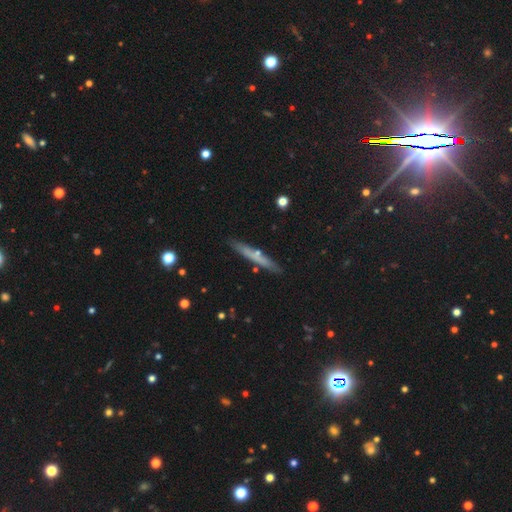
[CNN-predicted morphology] Smooth or featured: smooth — 52% (featured or disk — 41%)
How rounded: cigar-shaped — 94% (in between — 4%)
Merging: none — 84% (minor disturbance — 11%)